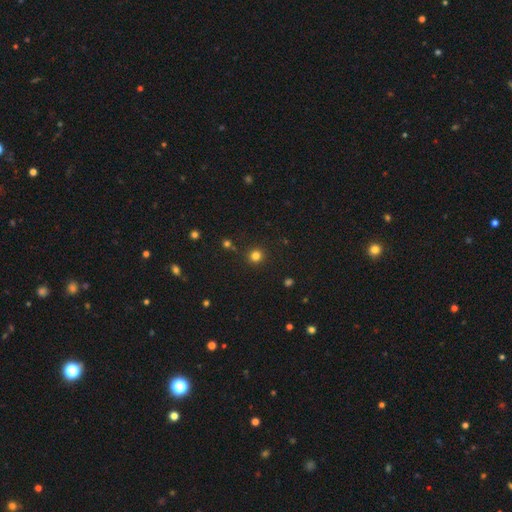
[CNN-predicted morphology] smooth 79%, star or artifact 16%, featured or disk 5%. Down the decision tree: how rounded — round (94%); merging — none (89%).